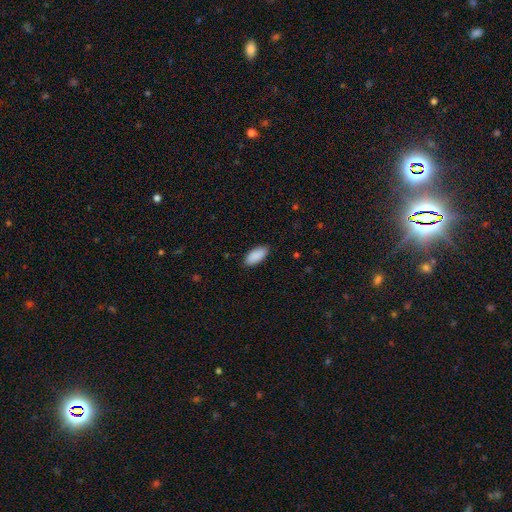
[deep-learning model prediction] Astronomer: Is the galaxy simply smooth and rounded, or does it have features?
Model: smooth — 91%.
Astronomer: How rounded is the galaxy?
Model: in between — 91%.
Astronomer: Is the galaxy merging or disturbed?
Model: none — 87%.